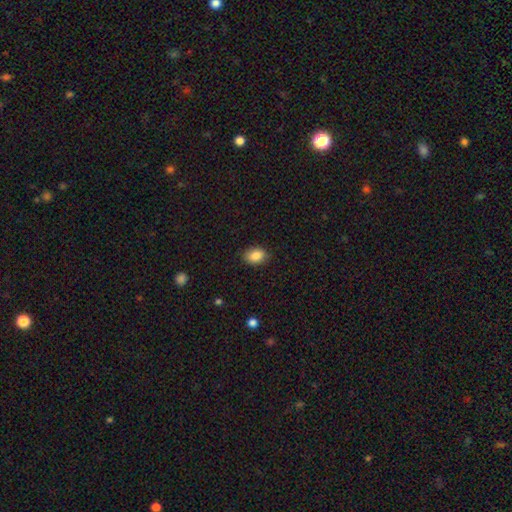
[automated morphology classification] Smooth or featured? smooth (86%)
How rounded? in between (78%)
Merging? none (86%)